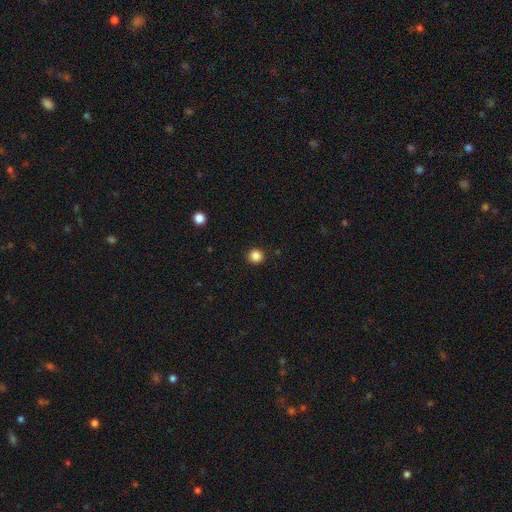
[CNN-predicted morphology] This appears to be a smooth galaxy with no disk features (85%) that is round (93%). Merging: none (93%).